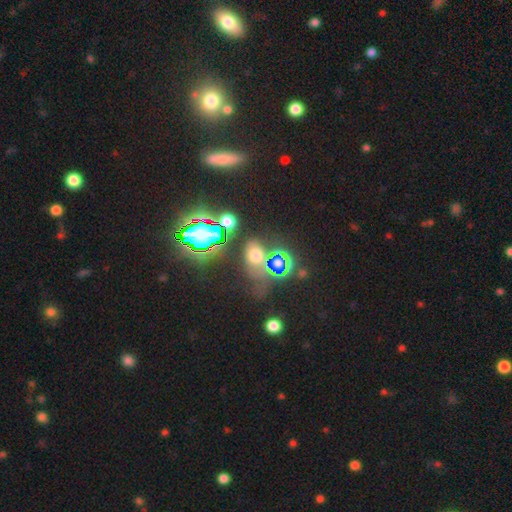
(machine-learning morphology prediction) Smooth or featured? smooth (51%)
How rounded? in between (68%)
Merging? none (63%)